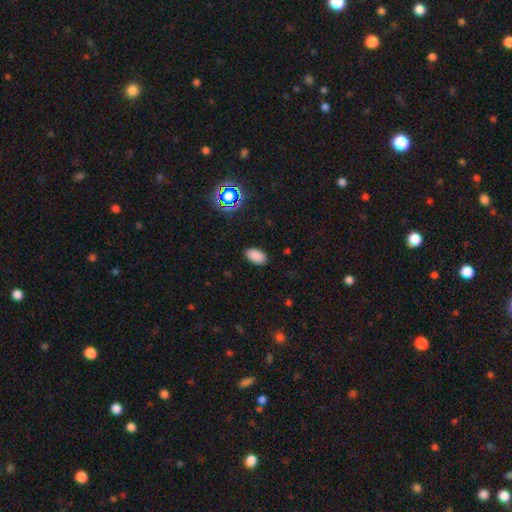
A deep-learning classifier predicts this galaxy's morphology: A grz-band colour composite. It shows a smooth galaxy with no disk features (85%) that is in between round and cigar-shaped (94%). Merging: none (87%).